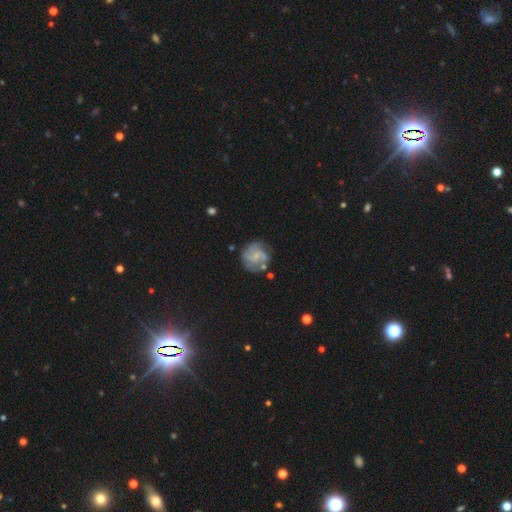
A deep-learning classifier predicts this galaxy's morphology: Smooth or featured? featured or disk (72%)
Edge-on disk? no (98%)
Bar? no (57%)
Spiral arms? yes (90%)
Spiral winding? medium (45%)
Spiral arm count? 2 (48%)
Bulge size? small (63%)
Merging? none (67%)